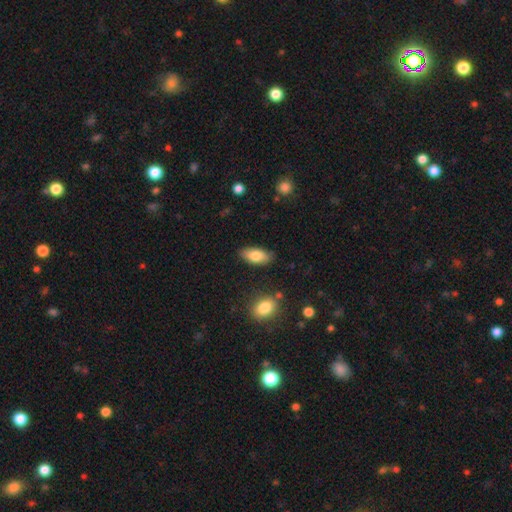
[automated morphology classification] This appears to be a smooth galaxy with no disk features (80%) that is in between round and cigar-shaped (89%). Merging: none (84%).